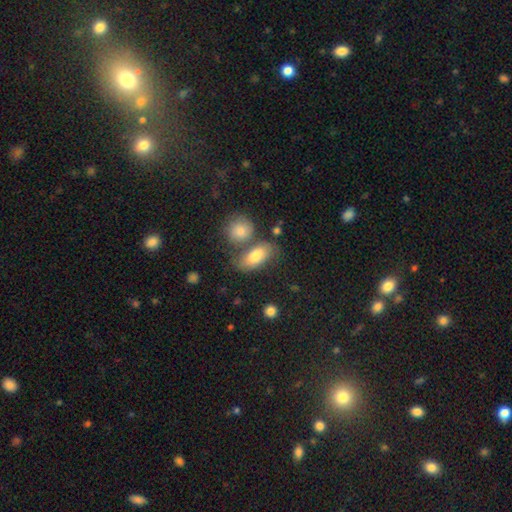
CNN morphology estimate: This appears to be a smooth galaxy with no disk features (78%) that is in between round and cigar-shaped (85%). Merging: none (50%).